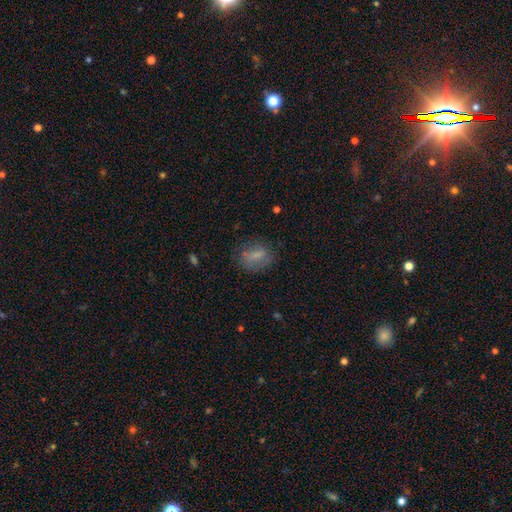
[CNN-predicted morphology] type=smooth (69%); roundness=in between (70%); merging=none (70%).